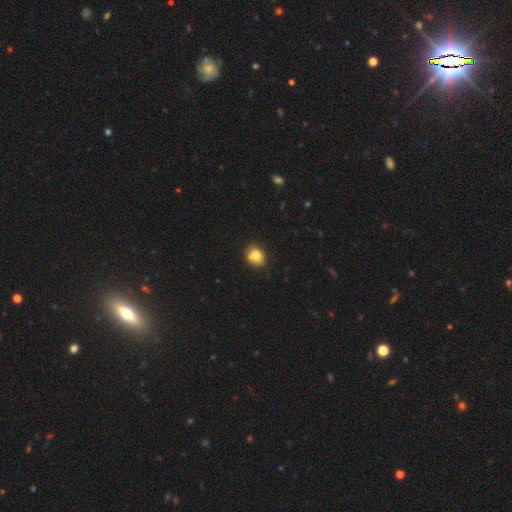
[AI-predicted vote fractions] The model was most divided on "how rounded": round: 63%, in between: 36%, cigar-shaped: 1%. More confident: smooth or featured — smooth (75%); merging — none (64%).